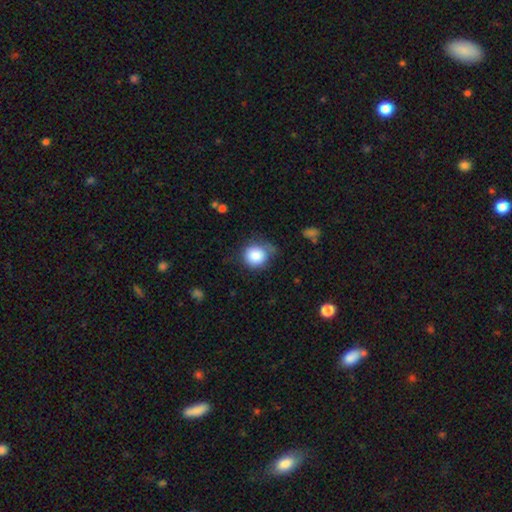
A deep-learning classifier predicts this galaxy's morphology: smooth 86%, star or artifact 9%, featured or disk 6%. Down the decision tree: how rounded — round (86%); merging — none (61%).